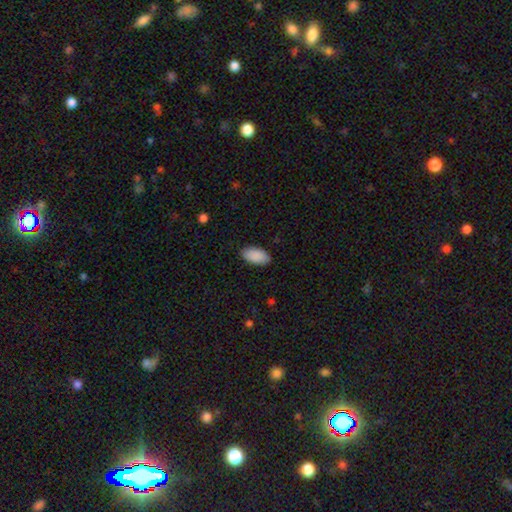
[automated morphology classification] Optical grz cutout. It shows a smooth galaxy with no disk features (91%) that is in between round and cigar-shaped (96%). Merging: none (88%).